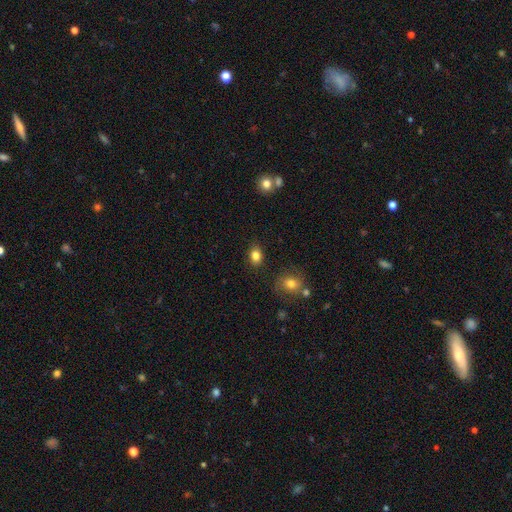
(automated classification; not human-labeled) smooth 83%, star or artifact 10%, featured or disk 6%. Down the decision tree: how rounded — in between (66%); merging — none (84%).